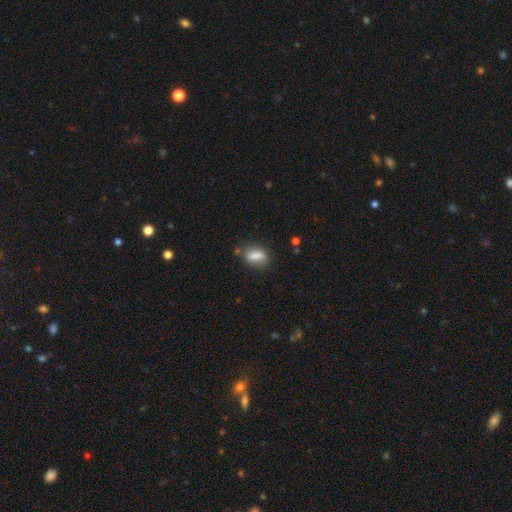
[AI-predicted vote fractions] Smooth or featured?
  - smooth: 82% *
  - featured or disk: 9%
  - star or artifact: 8%
How rounded?
  - in between: 83% *
  - round: 9%
  - cigar-shaped: 8%
Merging?
  - none: 71% *
  - minor disturbance: 19%
  - merger: 5%
  - major disturbance: 5%